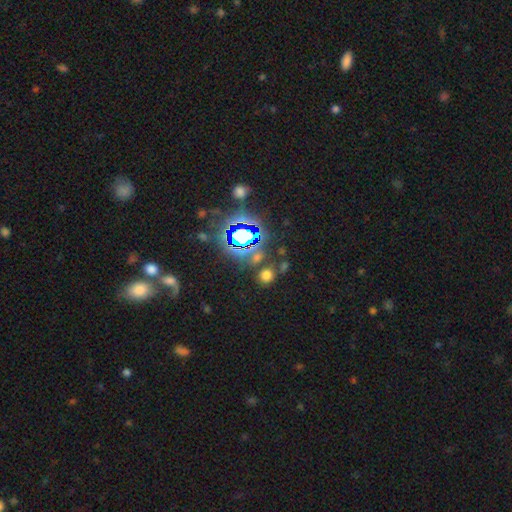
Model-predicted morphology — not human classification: Smooth or featured: star or artifact — 65% (smooth — 26%)